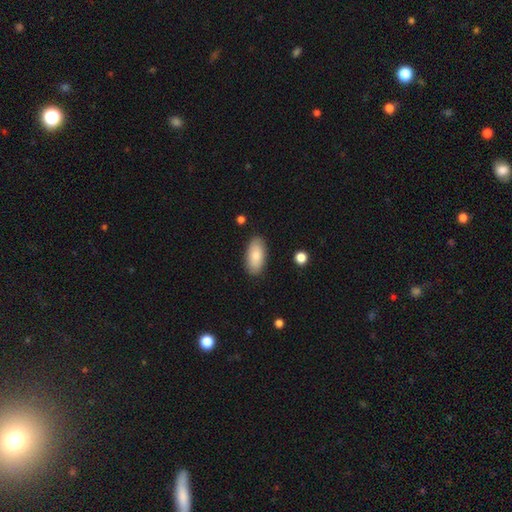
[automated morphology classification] type=smooth (82%); roundness=in between (93%); merging=none (87%).